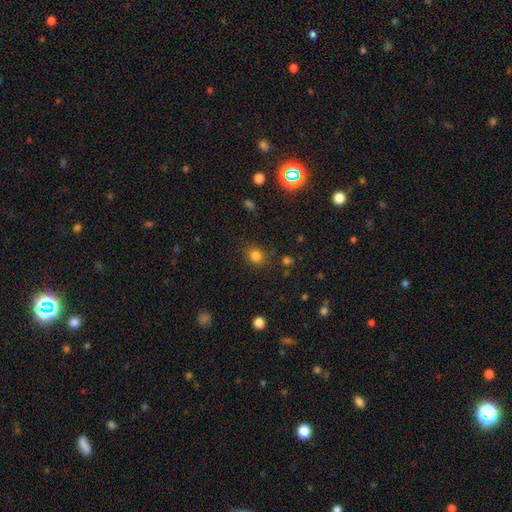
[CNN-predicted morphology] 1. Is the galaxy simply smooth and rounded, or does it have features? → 81% smooth, 14% star or artifact, 5% featured or disk.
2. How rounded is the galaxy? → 71% round, 28% in between, 1% cigar-shaped.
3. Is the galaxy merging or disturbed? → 83% none, 11% minor disturbance, 4% major disturbance, 2% merger.